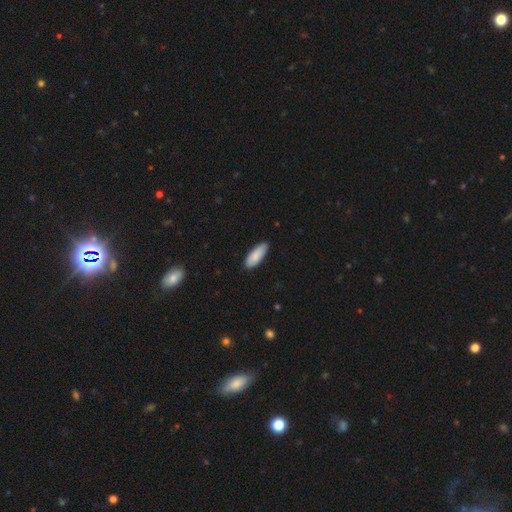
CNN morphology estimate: A smooth galaxy with no disk features (88%) that is in between round and cigar-shaped (71%). Merging: none (86%).